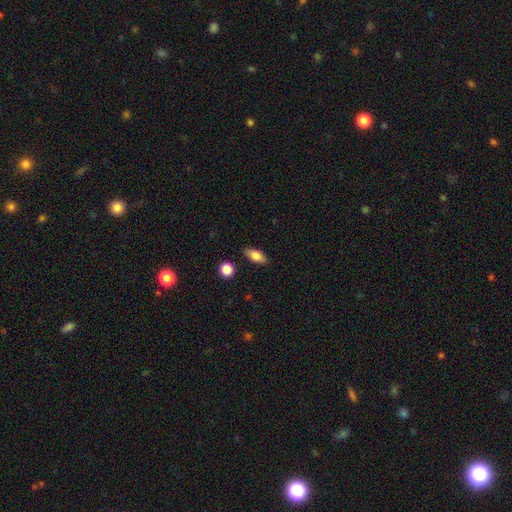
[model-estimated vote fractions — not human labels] Morphology: type=smooth (81%); roundness=in between (84%); merging=none (86%).